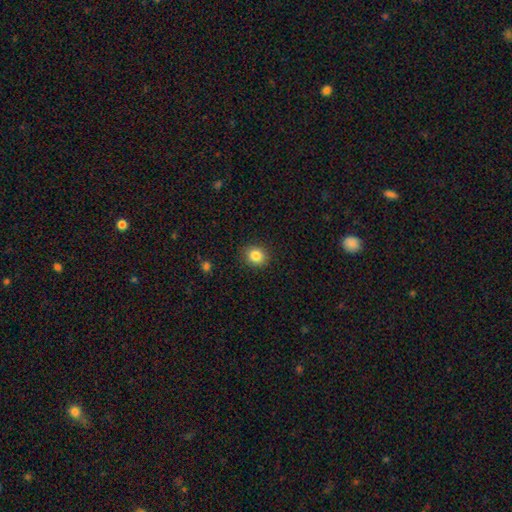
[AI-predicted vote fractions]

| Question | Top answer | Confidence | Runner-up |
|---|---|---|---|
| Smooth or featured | smooth | 84% | star or artifact (10%) |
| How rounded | round | 80% | in between (19%) |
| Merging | none | 89% | minor disturbance (8%) |